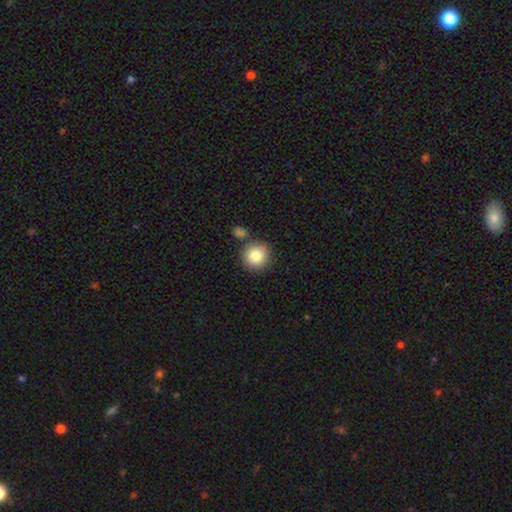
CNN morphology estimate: Smooth or featured? Predicted: smooth (p=0.85). How rounded? Predicted: round (p=0.92). Merging? Predicted: none (p=0.74).